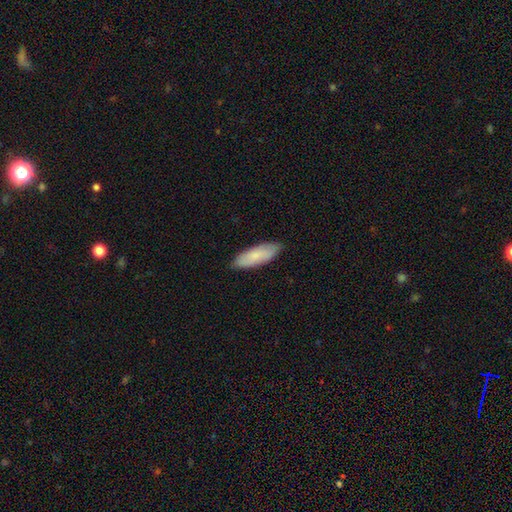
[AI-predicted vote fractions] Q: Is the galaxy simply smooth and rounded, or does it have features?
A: smooth — 80%.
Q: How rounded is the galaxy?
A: in between — 65%.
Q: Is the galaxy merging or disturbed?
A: none — 86%.